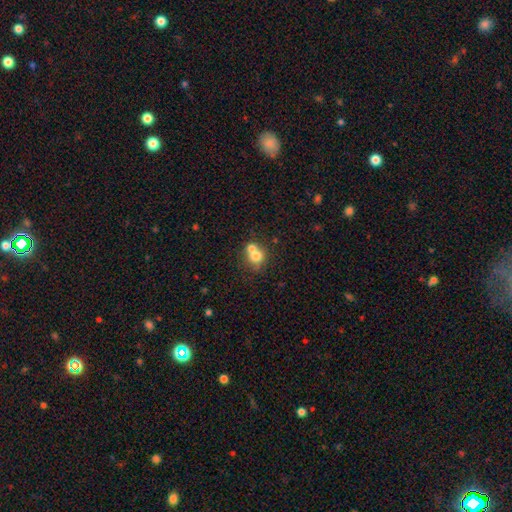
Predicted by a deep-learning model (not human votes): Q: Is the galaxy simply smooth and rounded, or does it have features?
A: smooth — 72%.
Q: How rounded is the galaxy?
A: round — 78%.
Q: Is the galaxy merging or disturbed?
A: merger — 56%.